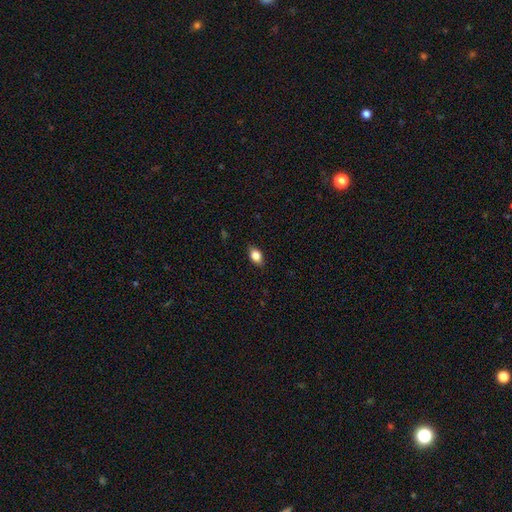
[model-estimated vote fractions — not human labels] The model was most divided on "how rounded": in between: 83%, round: 14%, cigar-shaped: 3%. More confident: merging — none (85%); smooth or featured — smooth (83%).